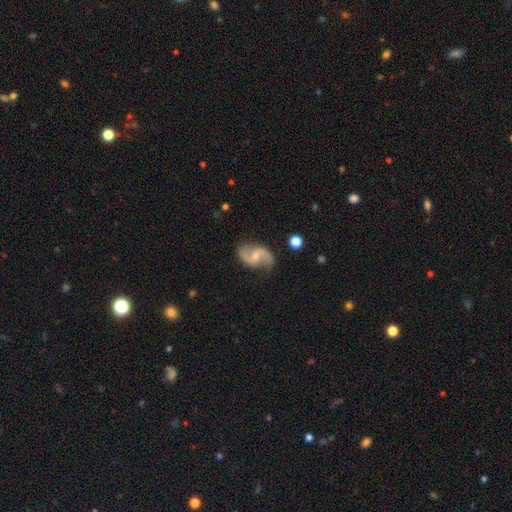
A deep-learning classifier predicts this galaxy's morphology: This is clearly a featured or disk galaxy (87%). It is clearly not viewed edge-on (98%). Bar: possibly weak (48%). Spiral arm pattern: clearly yes (97%). Spiral arm count: clearly 2 (94%). Spiral winding: likely loose (64%). Central bulge: possibly small (46%). Merging: clearly none (80%).